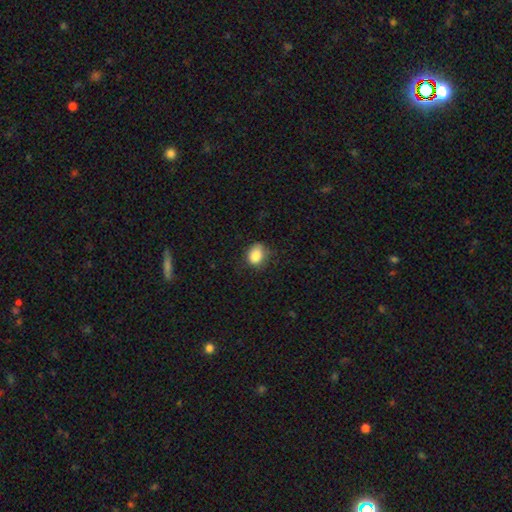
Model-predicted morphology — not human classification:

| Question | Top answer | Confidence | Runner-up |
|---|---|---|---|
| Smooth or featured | smooth | 86% | star or artifact (9%) |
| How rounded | in between | 60% | round (39%) |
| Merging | none | 67% | minor disturbance (26%) |